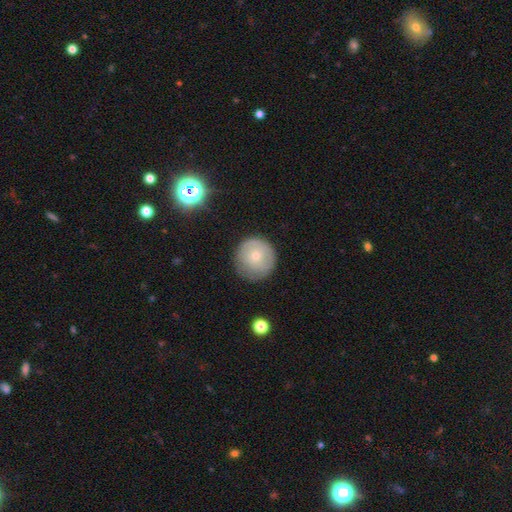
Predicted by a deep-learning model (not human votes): Smooth or featured? Predicted: smooth (p=0.67). How rounded? Predicted: round (p=0.94). Merging? Predicted: none (p=0.78).